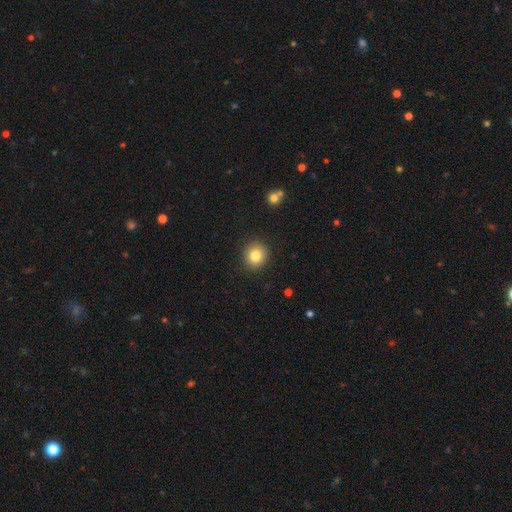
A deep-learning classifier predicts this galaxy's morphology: Smooth or featured? smooth (82%)
How rounded? round (85%)
Merging? none (90%)